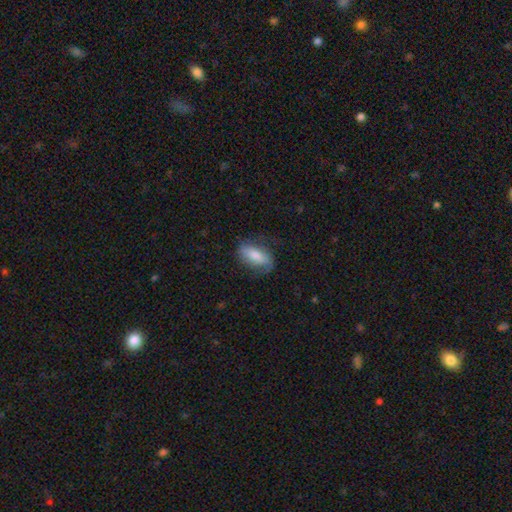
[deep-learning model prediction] A smooth galaxy with no disk features (63%) that is in between round and cigar-shaped (79%).

Vote fractions:
- Smooth or featured? smooth: 63% / featured or disk: 31% / star or artifact: 7%
- How rounded? in between: 79% / cigar-shaped: 17% / round: 4%
- Merging? none: 68% / minor disturbance: 22% / major disturbance: 9% / merger: 1%